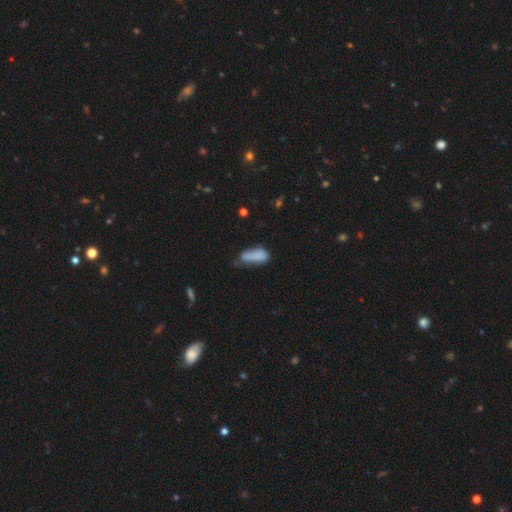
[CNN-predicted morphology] smooth 78%, featured or disk 13%, star or artifact 9%. Down the decision tree: how rounded — in between (71%); merging — minor disturbance (36%).